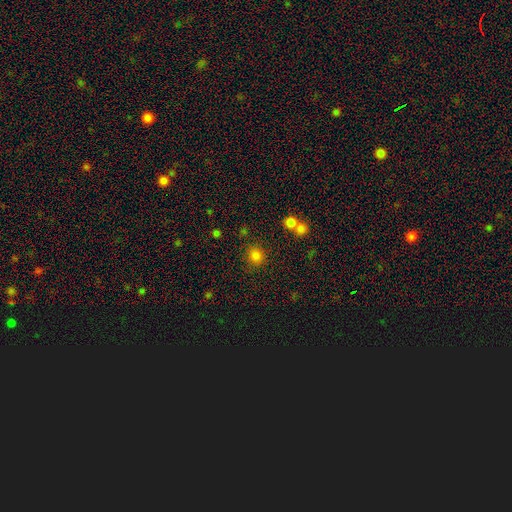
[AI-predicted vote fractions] This is clearly a smooth galaxy (80%). How rounded: clearly round (86%). Merging: clearly none (81%).